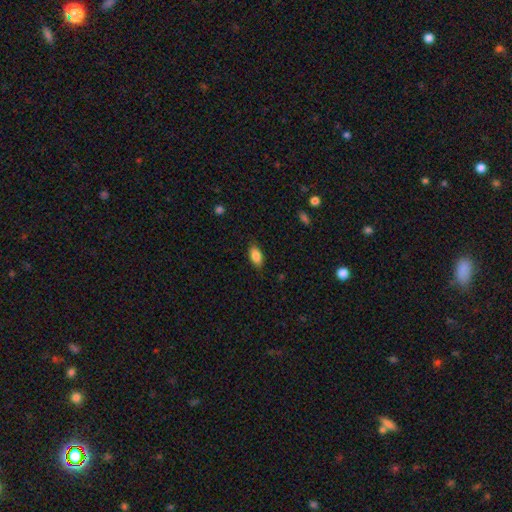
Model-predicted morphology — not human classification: Overall: smooth (86%). How rounded: in between (90%). Merging: none (84%).